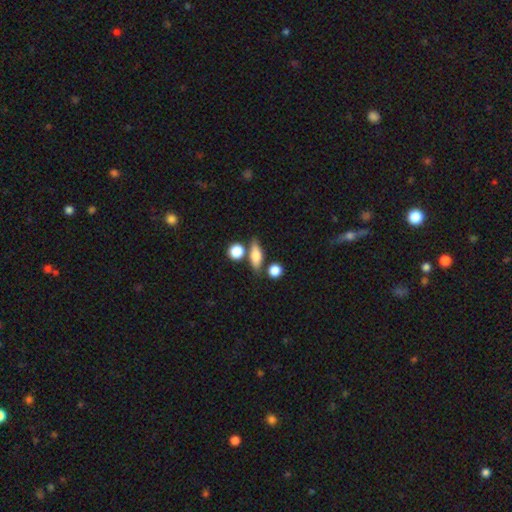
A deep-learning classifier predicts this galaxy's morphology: Smooth or featured? Predicted: smooth (p=0.71). How rounded? Predicted: in between (p=0.56). Merging? Predicted: none (p=0.70).